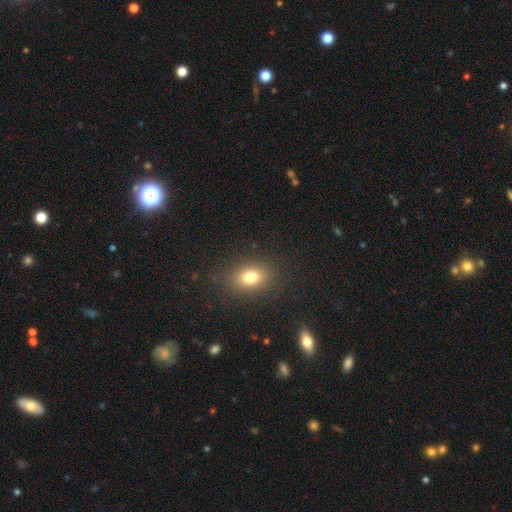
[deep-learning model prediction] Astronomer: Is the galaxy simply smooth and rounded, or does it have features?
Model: smooth — 65%.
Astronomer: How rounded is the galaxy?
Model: in between — 54% (runner-up: round, 44%).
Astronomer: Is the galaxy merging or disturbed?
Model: none — 88%.